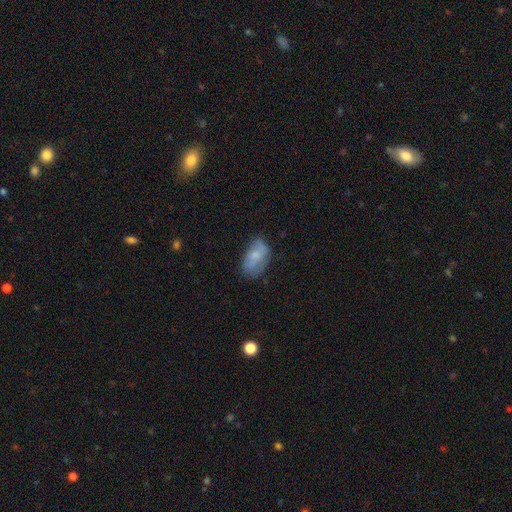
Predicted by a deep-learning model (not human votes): smooth-or-featured: smooth: 65% | featured or disk: 27% | star or artifact: 8%
  how-rounded: in between: 91% | round: 6% | cigar-shaped: 3%
  merging: none: 53% | minor disturbance: 32% | major disturbance: 12% | merger: 2%